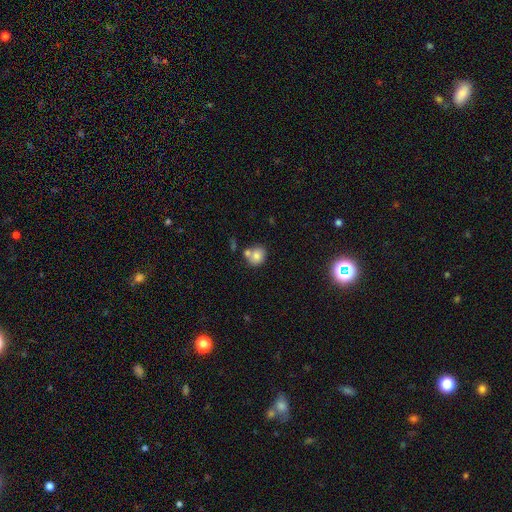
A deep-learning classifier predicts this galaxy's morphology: The model was most divided on "merging": none: 52%, merger: 31%, minor disturbance: 13%, major disturbance: 4%. More confident: smooth or featured — smooth (78%); how rounded — round (67%).